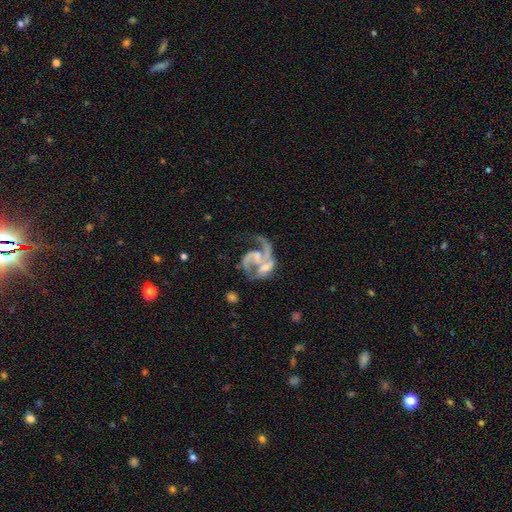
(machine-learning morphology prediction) smooth-or-featured: featured or disk: 84% | smooth: 9% | star or artifact: 7%
  disk-edge-on: no: 98% | yes: 2%
    bar: no: 56% | weak: 33% | strong: 12%
    has-spiral-arms: yes: 90% | no: 10%
      spiral-winding: medium: 46% | loose: 39% | tight: 15%
      spiral-arm-count: 2: 60% | 1: 21% | can't tell: 7% | 3: 7% | 4: 2% | more than 4: 2%
    bulge-size: small: 38% | none: 31% | moderate: 25% | large: 4% | dominant: 2%
  merging: merger: 35% | major disturbance: 30% | none: 23% | minor disturbance: 12%